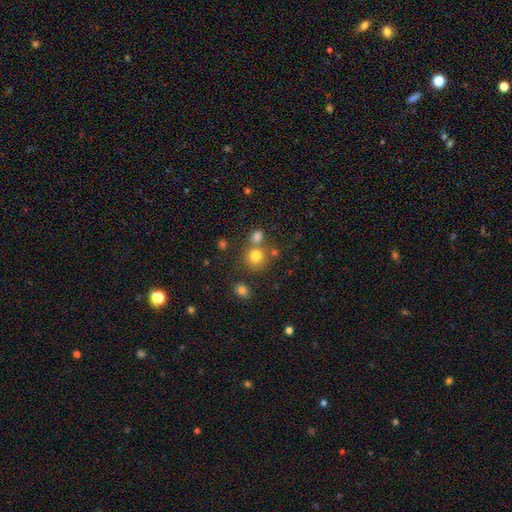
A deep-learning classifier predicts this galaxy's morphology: Smooth or featured?
  - smooth: 78% *
  - star or artifact: 14%
  - featured or disk: 8%
How rounded?
  - round: 85% *
  - in between: 14%
  - cigar-shaped: 1%
Merging?
  - none: 61% *
  - merger: 26%
  - minor disturbance: 9%
  - major disturbance: 4%